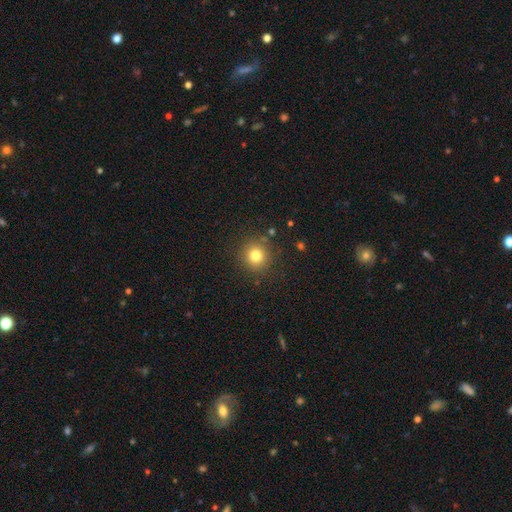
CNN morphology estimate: smooth_or_featured: smooth (p=0.79) [alt: star or artifact p=0.14]
how_rounded: round (p=0.93) [alt: in between p=0.06]
merging: none (p=0.87) [alt: minor disturbance p=0.07]